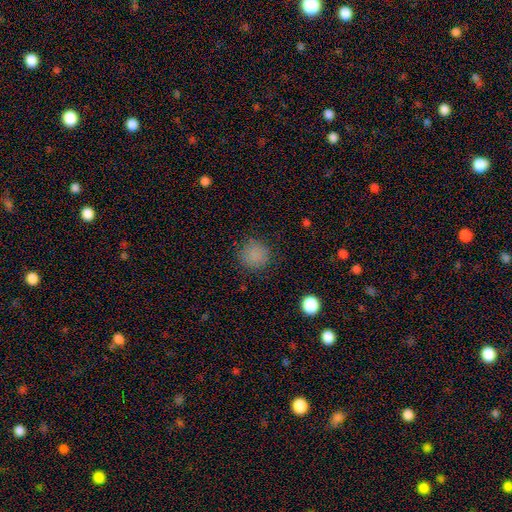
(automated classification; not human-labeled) Smooth or featured? Predicted: smooth (p=0.83). How rounded? Predicted: round (p=0.92). Merging? Predicted: none (p=0.87).